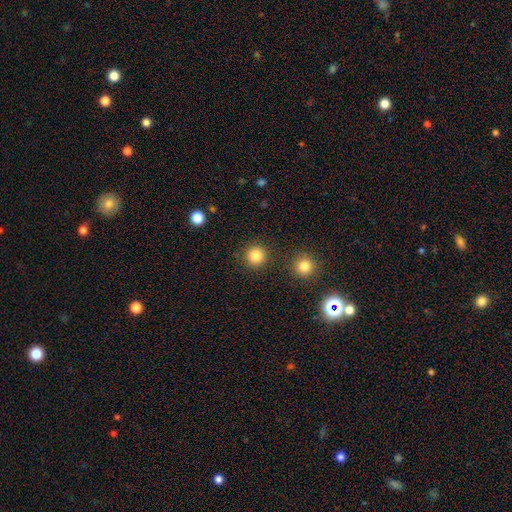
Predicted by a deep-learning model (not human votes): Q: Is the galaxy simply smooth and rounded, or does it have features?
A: smooth — 85%.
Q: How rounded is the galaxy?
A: round — 95%.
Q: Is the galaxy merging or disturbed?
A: none — 90%.